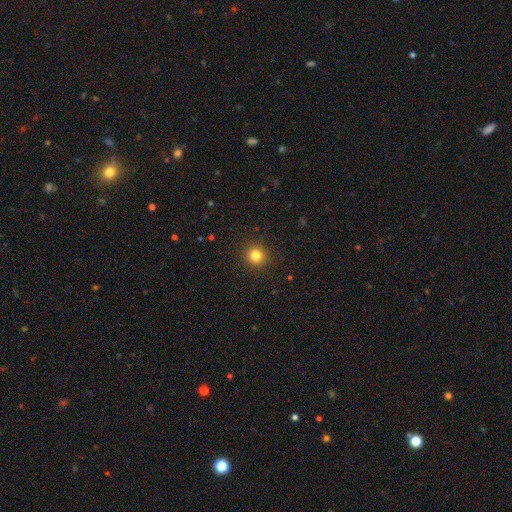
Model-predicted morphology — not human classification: A smooth galaxy with no disk features (81%) that is round (94%).

Vote fractions:
- Smooth or featured? smooth: 81% / star or artifact: 13% / featured or disk: 5%
- How rounded? round: 94% / in between: 5% / cigar-shaped: 1%
- Merging? none: 92% / minor disturbance: 5% / major disturbance: 2% / merger: 1%